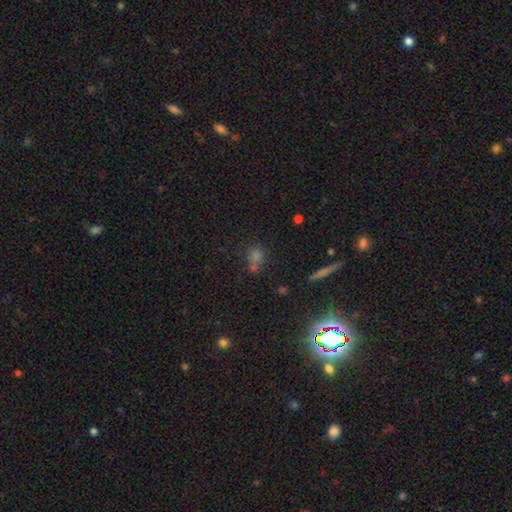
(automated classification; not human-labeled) The model was most divided on "how rounded": round: 53%, in between: 39%, cigar-shaped: 8%. More confident: smooth or featured — smooth (55%); merging — none (51%).